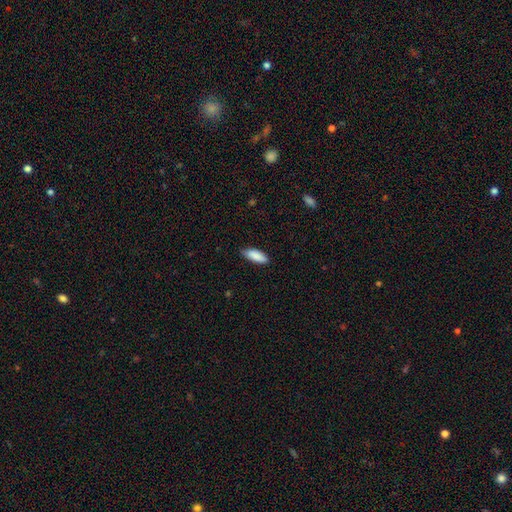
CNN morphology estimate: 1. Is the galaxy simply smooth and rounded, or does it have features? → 89% smooth, 6% star or artifact, 5% featured or disk.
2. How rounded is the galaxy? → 74% in between, 24% cigar-shaped, 2% round.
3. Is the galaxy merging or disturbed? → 81% none, 16% minor disturbance, 2% major disturbance, 1% merger.